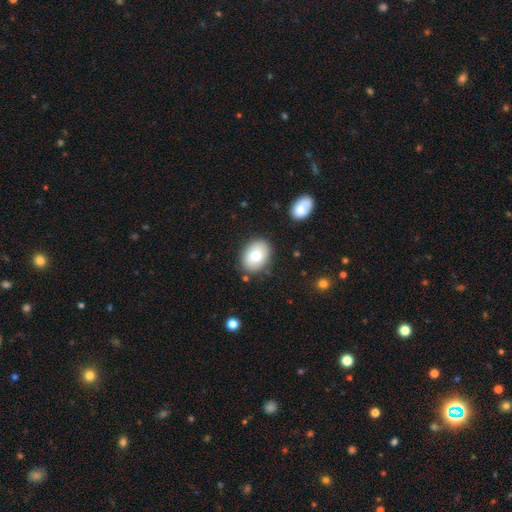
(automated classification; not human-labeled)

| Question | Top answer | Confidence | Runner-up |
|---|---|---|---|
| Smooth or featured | smooth | 79% | featured or disk (14%) |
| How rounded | in between | 75% | round (24%) |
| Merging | none | 84% | minor disturbance (11%) |